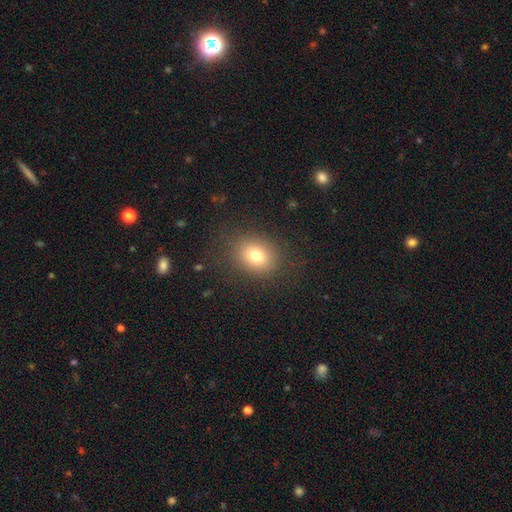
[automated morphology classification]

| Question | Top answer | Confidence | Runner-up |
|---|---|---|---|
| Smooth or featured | smooth | 76% | star or artifact (13%) |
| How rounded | round | 60% | in between (39%) |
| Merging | none | 84% | minor disturbance (9%) |